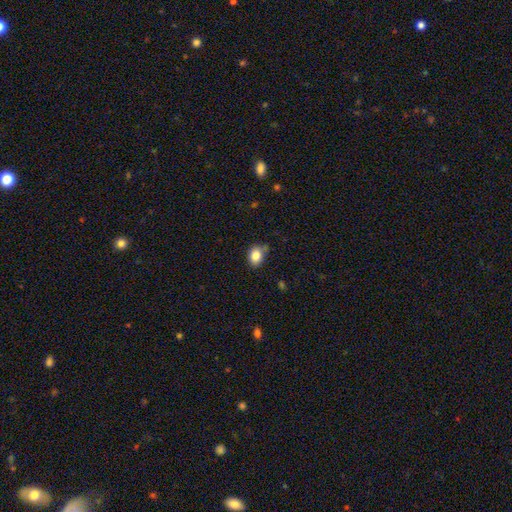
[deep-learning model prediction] This is clearly a smooth galaxy (85%). How rounded: possibly in between (53%). Merging: likely none (71%).